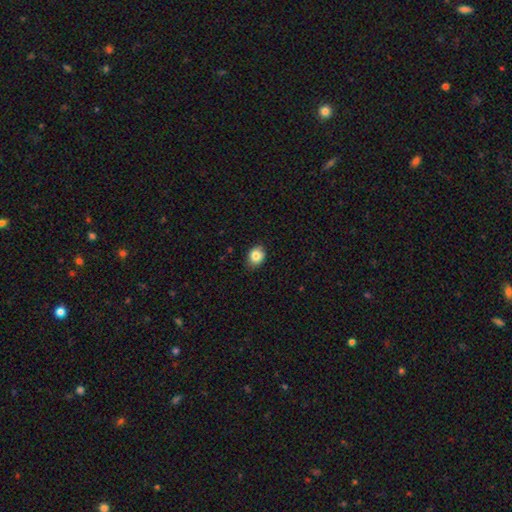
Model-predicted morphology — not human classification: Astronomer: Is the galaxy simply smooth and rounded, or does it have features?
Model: smooth — 85%.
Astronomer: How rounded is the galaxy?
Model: in between — 52% (runner-up: round, 47%).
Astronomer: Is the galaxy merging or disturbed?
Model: none — 83%.